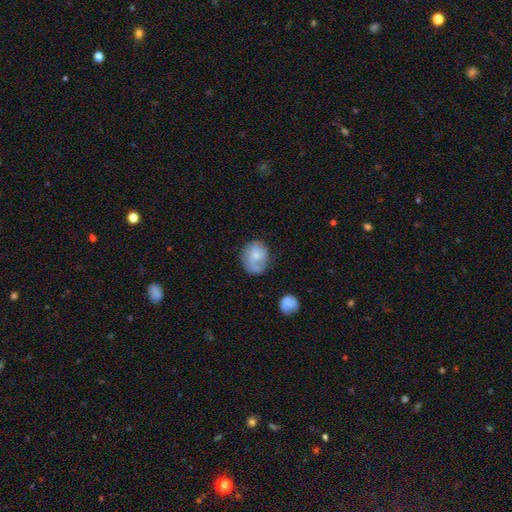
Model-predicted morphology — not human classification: type=smooth (65%); roundness=round (56%); merging=none (51%).